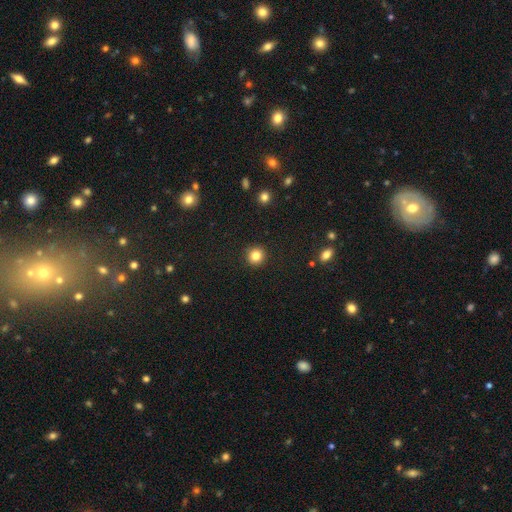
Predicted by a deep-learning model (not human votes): This appears to be a smooth galaxy with no disk features (83%) that is round (94%). Merging: none (92%).